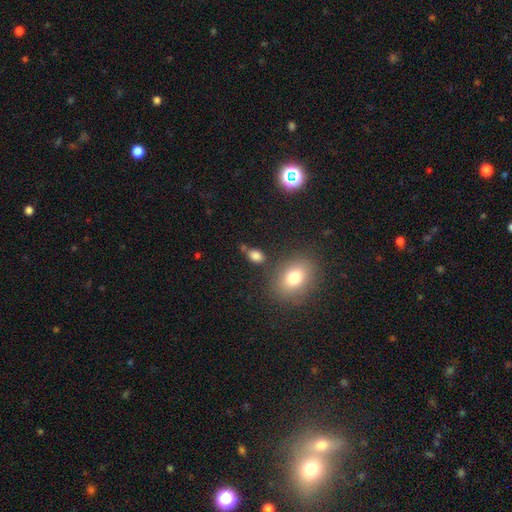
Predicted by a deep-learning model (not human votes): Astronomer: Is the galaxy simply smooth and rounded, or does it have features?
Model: smooth — 80%.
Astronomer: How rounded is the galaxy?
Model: in between — 78%.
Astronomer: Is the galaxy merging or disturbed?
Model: none — 67%.